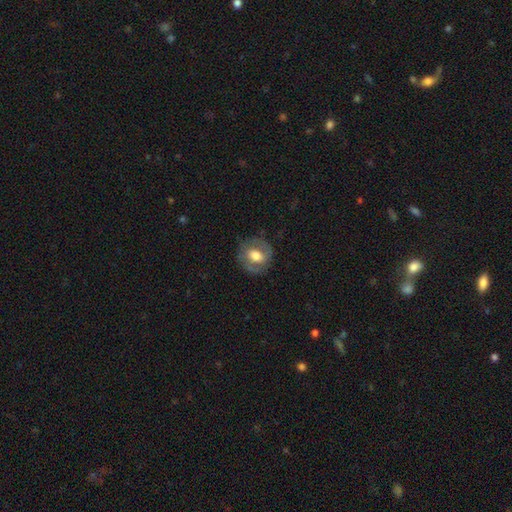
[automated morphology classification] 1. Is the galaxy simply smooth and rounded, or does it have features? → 49% smooth, 44% featured or disk, 7% star or artifact.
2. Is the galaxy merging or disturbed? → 75% none, 16% minor disturbance, 8% major disturbance, 1% merger.